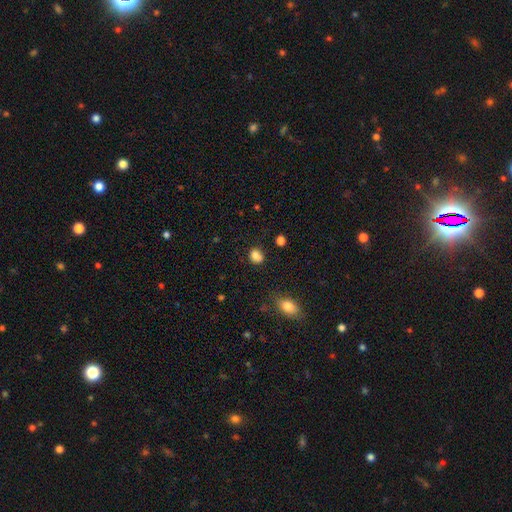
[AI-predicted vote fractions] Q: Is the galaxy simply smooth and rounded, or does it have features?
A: smooth — 81%.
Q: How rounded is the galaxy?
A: round — 61%.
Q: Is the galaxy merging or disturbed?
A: none — 65%.